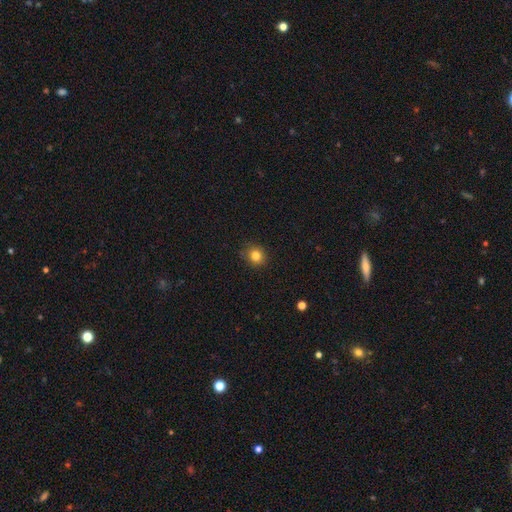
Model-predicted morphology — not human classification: type=smooth (83%); roundness=round (84%); merging=none (86%).